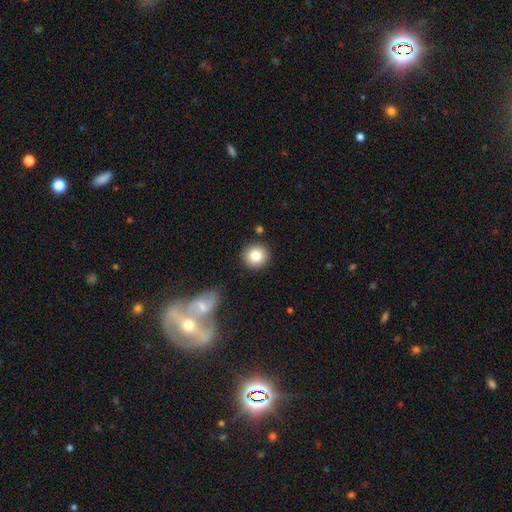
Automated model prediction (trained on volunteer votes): The model was most divided on "smooth or featured": smooth: 83%, star or artifact: 9%, featured or disk: 8%. More confident: how rounded — round (91%); merging — none (87%).